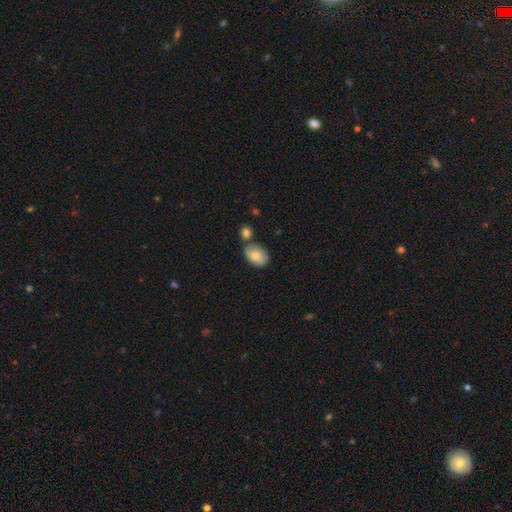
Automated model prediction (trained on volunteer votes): This is likely a smooth galaxy (78%). How rounded: clearly in between (86%). Merging: possibly none (55%).